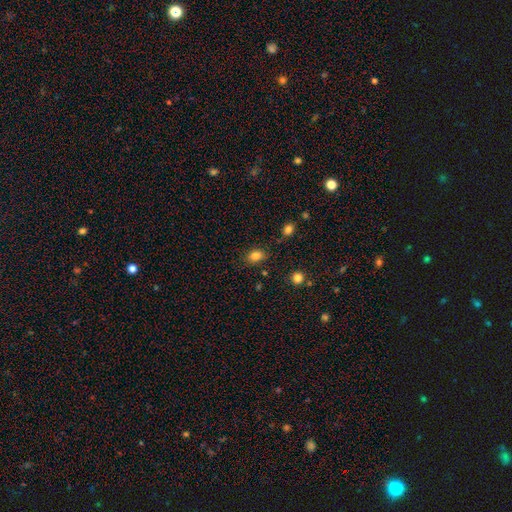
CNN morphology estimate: The model was most divided on "how rounded": in between: 68%, round: 31%, cigar-shaped: 1%. More confident: smooth or featured — smooth (83%); merging — none (81%).